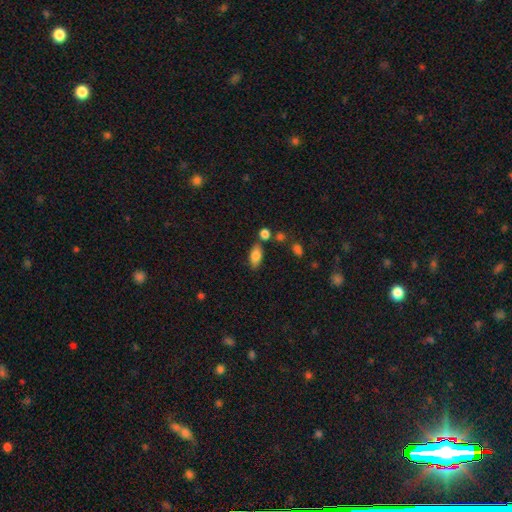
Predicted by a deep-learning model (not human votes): Q: Smooth or featured?
A: smooth (82%); runner-up: featured or disk (10%)
Q: How rounded?
A: in between (88%); runner-up: cigar-shaped (7%)
Q: Merging?
A: none (72%); runner-up: minor disturbance (14%)